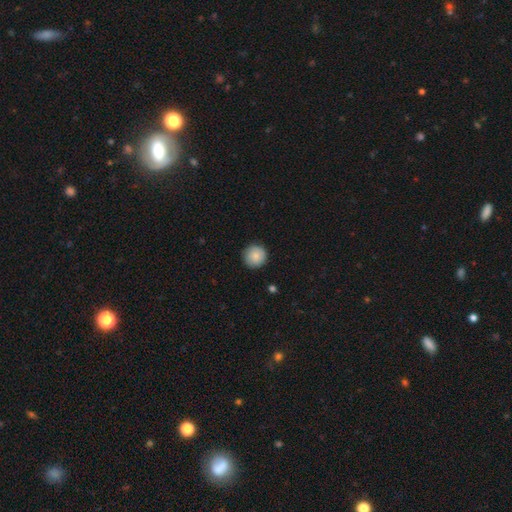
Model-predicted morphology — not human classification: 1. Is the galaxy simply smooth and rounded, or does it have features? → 85% smooth, 7% featured or disk, 7% star or artifact.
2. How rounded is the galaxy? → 95% round, 4% in between, 1% cigar-shaped.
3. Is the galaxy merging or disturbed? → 90% none, 7% minor disturbance, 2% major disturbance, 1% merger.